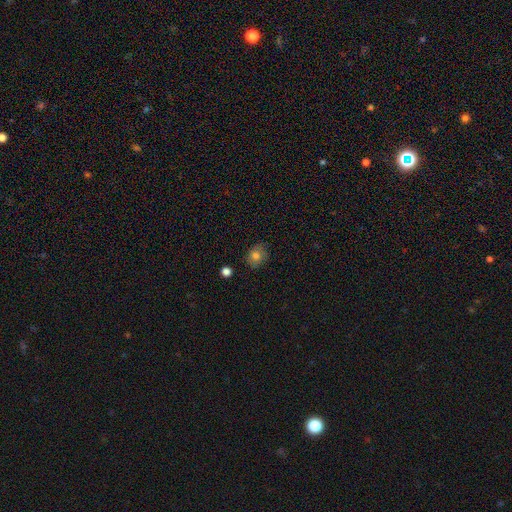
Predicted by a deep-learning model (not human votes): Smooth or featured?
  - smooth: 79% *
  - star or artifact: 11%
  - featured or disk: 10%
How rounded?
  - round: 55% *
  - in between: 44%
  - cigar-shaped: 1%
Merging?
  - none: 75% *
  - minor disturbance: 19%
  - major disturbance: 4%
  - merger: 2%